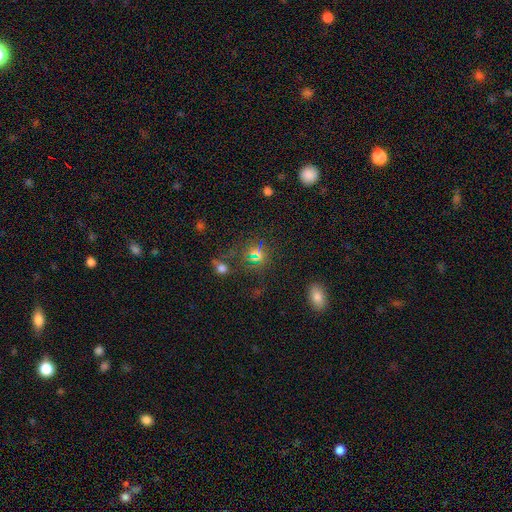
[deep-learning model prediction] A star or artifact, not a galaxy (64%).

Vote fractions:
- Smooth or featured? star or artifact: 64% / smooth: 26% / featured or disk: 10%